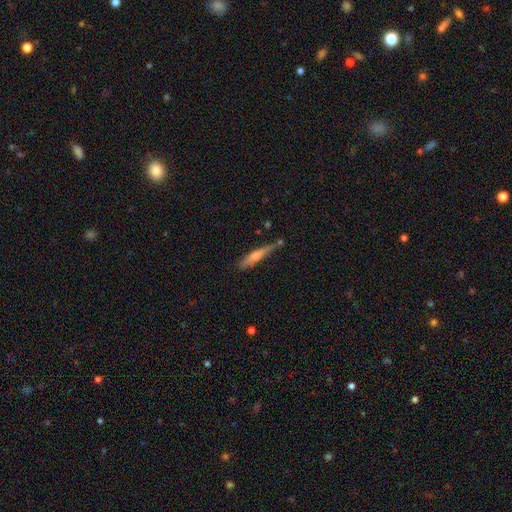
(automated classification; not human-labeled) This is likely a smooth galaxy (60%). How rounded: clearly cigar-shaped (89%). Merging: likely none (60%).